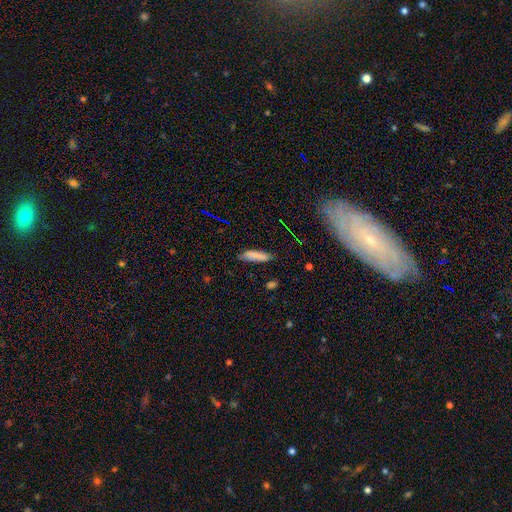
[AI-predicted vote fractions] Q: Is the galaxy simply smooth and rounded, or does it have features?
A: smooth — 82%.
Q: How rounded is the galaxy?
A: cigar-shaped — 62%.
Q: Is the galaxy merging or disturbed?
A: none — 75%.